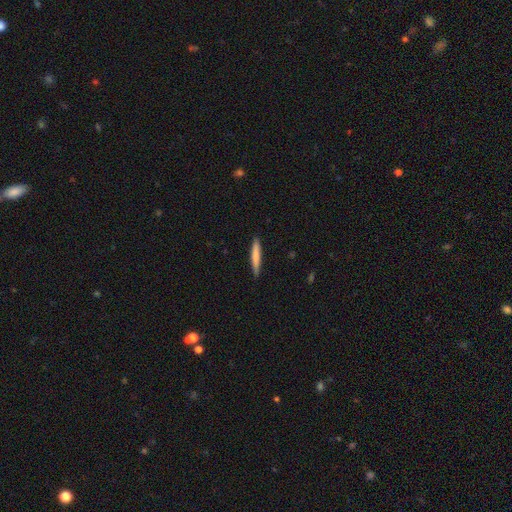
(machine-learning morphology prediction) Smooth or featured: smooth — 72% (featured or disk — 23%)
How rounded: cigar-shaped — 94% (in between — 5%)
Merging: none — 88% (minor disturbance — 10%)